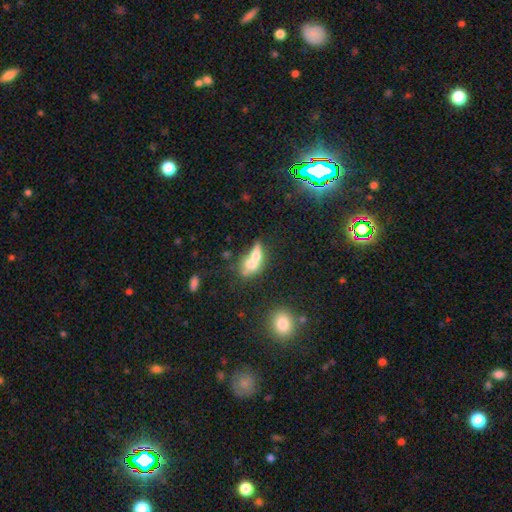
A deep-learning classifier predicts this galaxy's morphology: A smooth galaxy with no disk features (61%) that is in between round and cigar-shaped (63%).

Vote fractions:
- Smooth or featured? smooth: 61% / featured or disk: 28% / star or artifact: 10%
- How rounded? in between: 63% / round: 26% / cigar-shaped: 12%
- Merging? merger: 69% / none: 17% / minor disturbance: 7% / major disturbance: 6%